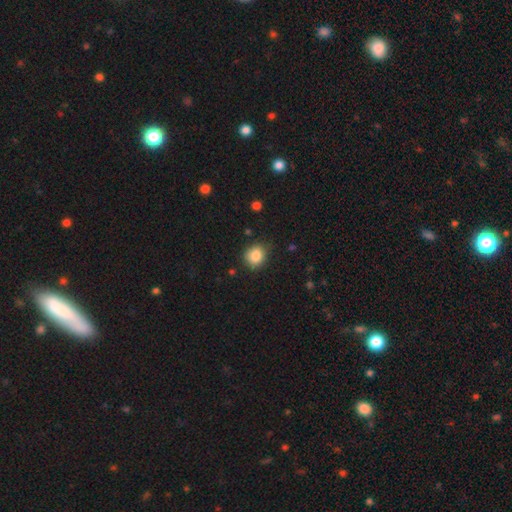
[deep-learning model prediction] Smooth or featured: smooth — 85% (star or artifact — 10%)
How rounded: round — 71% (in between — 28%)
Merging: none — 81% (minor disturbance — 15%)